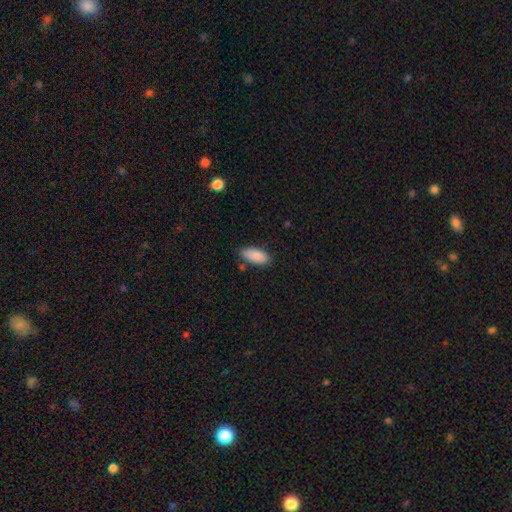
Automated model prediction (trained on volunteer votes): This is clearly a smooth galaxy (88%). How rounded: clearly in between (89%). Merging: likely none (79%).